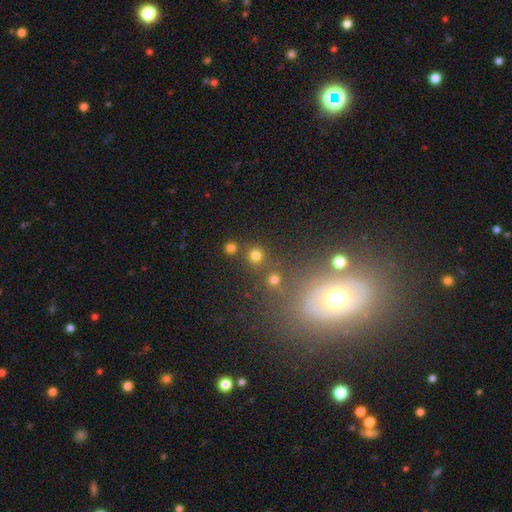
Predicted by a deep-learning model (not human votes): Smooth or featured: smooth — 76% (star or artifact — 18%)
How rounded: round — 94% (in between — 5%)
Merging: none — 81% (merger — 10%)